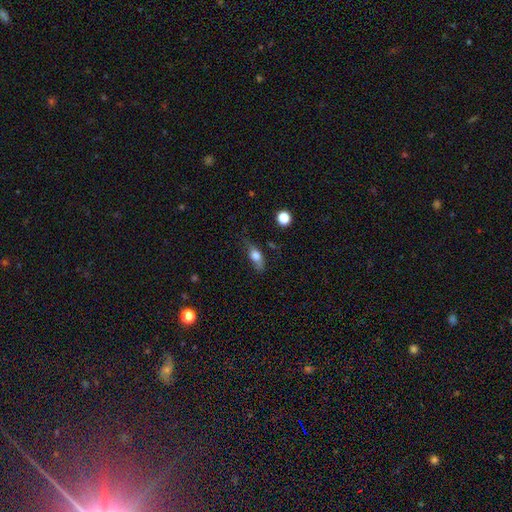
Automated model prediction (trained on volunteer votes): Overall: smooth (70%). How rounded: in between (73%). Merging: none (55%; minor disturbance 31%).